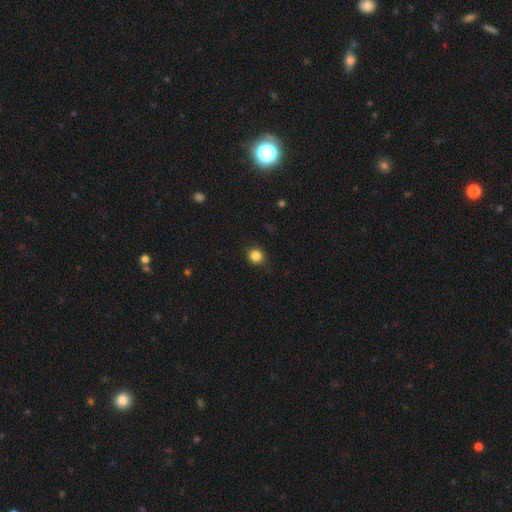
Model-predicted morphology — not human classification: Smooth or featured: smooth — 85% (star or artifact — 11%)
How rounded: round — 89% (in between — 10%)
Merging: none — 86% (minor disturbance — 10%)